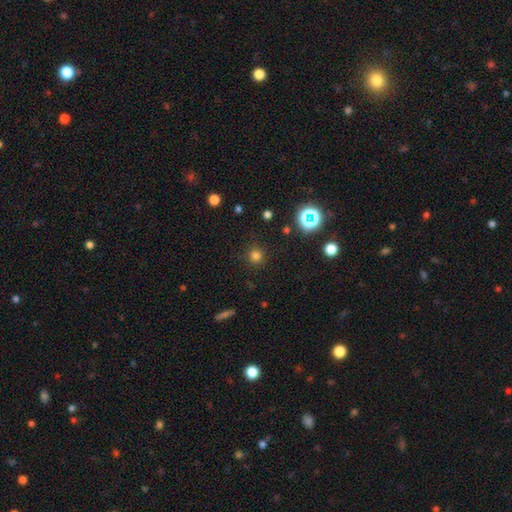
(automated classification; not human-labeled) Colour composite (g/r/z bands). It shows a smooth galaxy with no disk features (75%) that is round (95%). Merging: none (90%).